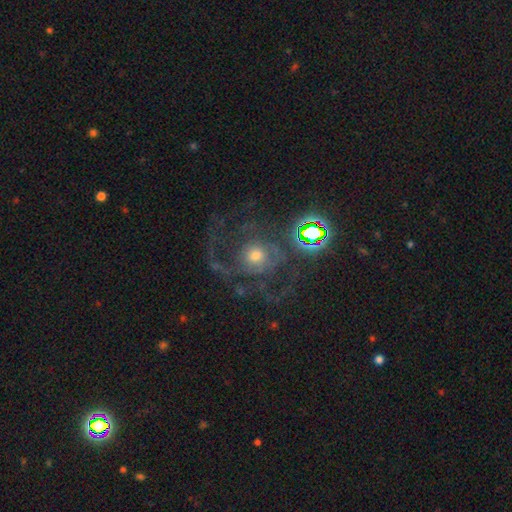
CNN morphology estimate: Overall: featured or disk (64%). Edge-on disk: no (96%). Bar: no (79%). Spiral arms: yes (76%). Bulge size: moderate (53%; small 34%). Merging: none (46%; major disturbance 35%).